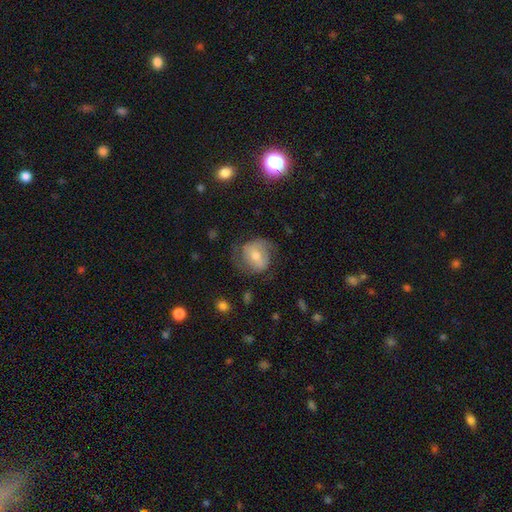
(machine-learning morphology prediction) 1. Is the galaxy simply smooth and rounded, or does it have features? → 51% featured or disk, 42% smooth, 8% star or artifact.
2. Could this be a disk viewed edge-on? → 97% no, 3% yes.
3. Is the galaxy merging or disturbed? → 56% none, 24% minor disturbance, 18% major disturbance, 2% merger.